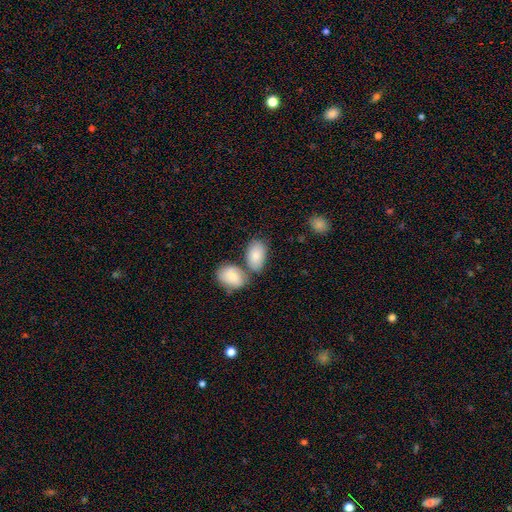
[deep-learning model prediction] Smooth or featured? smooth (82%)
How rounded? in between (92%)
Merging? none (49%)